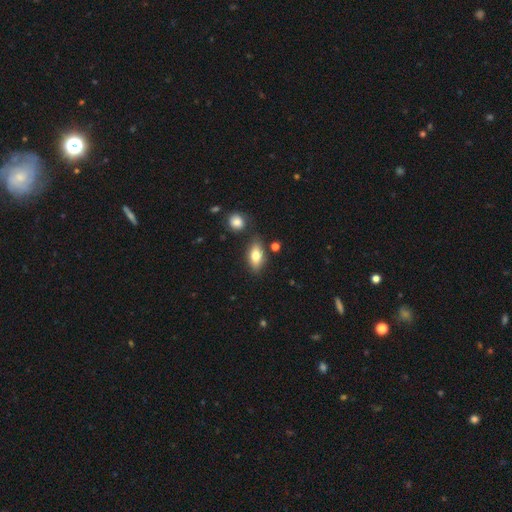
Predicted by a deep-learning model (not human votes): This appears to be a smooth galaxy with no disk features (76%) that is in between round and cigar-shaped (86%). Merging: none (79%).